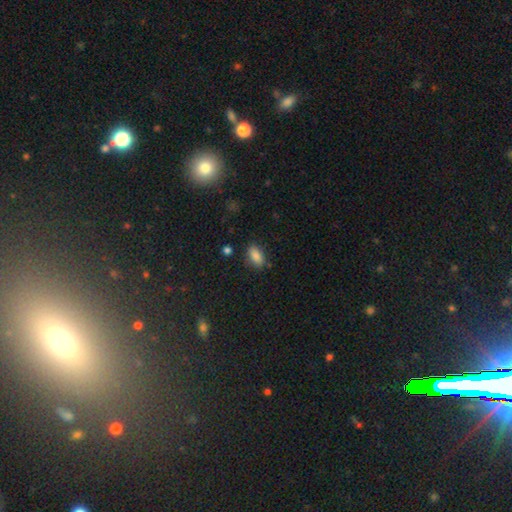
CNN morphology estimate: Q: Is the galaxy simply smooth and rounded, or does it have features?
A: smooth — 85%.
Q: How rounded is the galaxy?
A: in between — 88%.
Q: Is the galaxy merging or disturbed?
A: none — 81%.